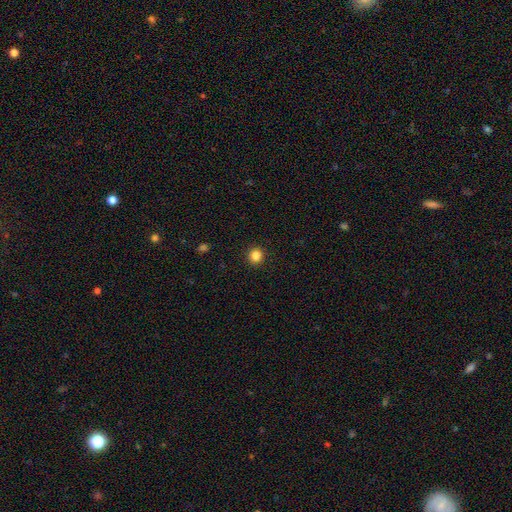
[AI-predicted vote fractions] Smooth or featured?
  - smooth: 85% *
  - star or artifact: 11%
  - featured or disk: 4%
How rounded?
  - round: 93% *
  - in between: 6%
  - cigar-shaped: 1%
Merging?
  - none: 93% *
  - minor disturbance: 5%
  - major disturbance: 2%
  - merger: 1%